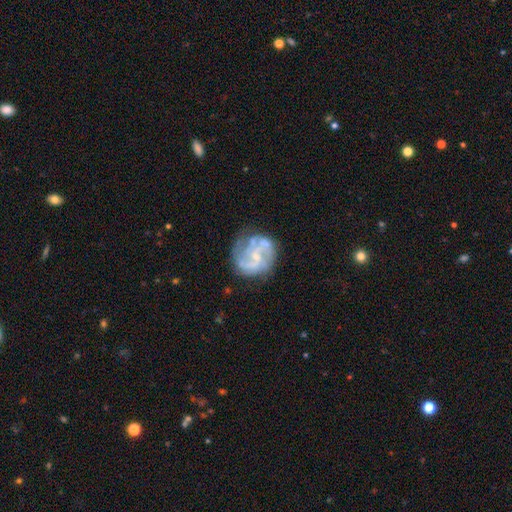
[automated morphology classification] Smooth or featured? Predicted: featured or disk (p=0.80). Edge-on disk? Predicted: no (p=0.98). Bar? Predicted: no (p=0.54). Spiral arms? Predicted: yes (p=0.88). Spiral winding? Predicted: medium (p=0.47). Spiral arm count? Predicted: 2 (p=0.42). Bulge size? Predicted: small (p=0.62). Merging? Predicted: none (p=0.64).